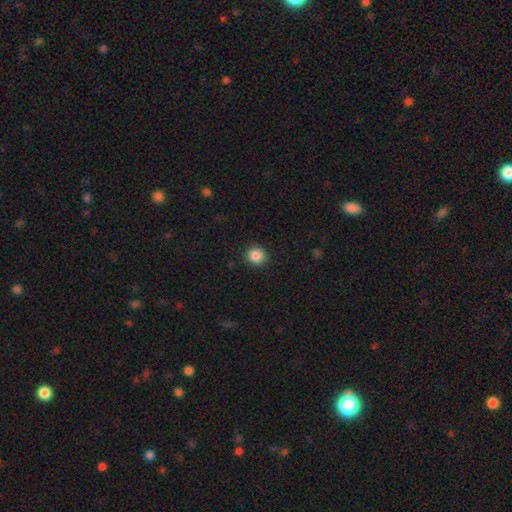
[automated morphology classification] type=smooth (87%); roundness=round (89%); merging=none (90%).